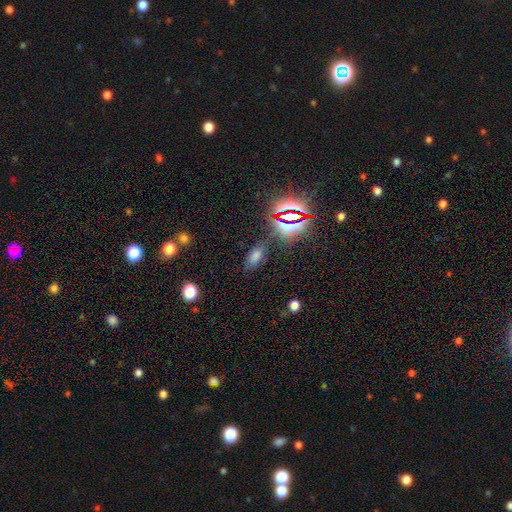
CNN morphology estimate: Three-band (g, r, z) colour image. It shows a smooth galaxy with no disk features (54%) that is in between round and cigar-shaped (84%). Merging: none (76%).